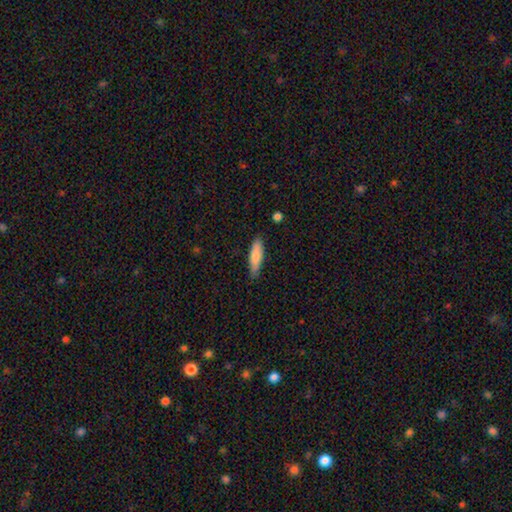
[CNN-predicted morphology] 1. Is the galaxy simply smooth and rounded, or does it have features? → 78% smooth, 16% featured or disk, 6% star or artifact.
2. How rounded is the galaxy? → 58% cigar-shaped, 40% in between, 2% round.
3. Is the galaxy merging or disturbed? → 82% none, 14% minor disturbance, 2% major disturbance, 1% merger.